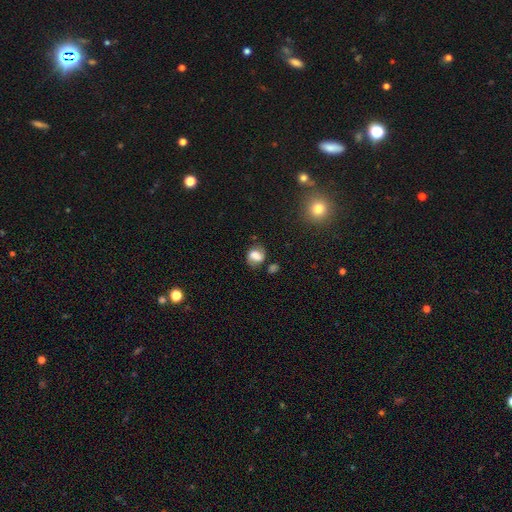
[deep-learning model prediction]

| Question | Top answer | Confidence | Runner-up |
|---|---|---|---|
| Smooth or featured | smooth | 56% | featured or disk (33%) |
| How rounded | in between | 54% | round (45%) |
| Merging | none | 62% | minor disturbance (22%) |